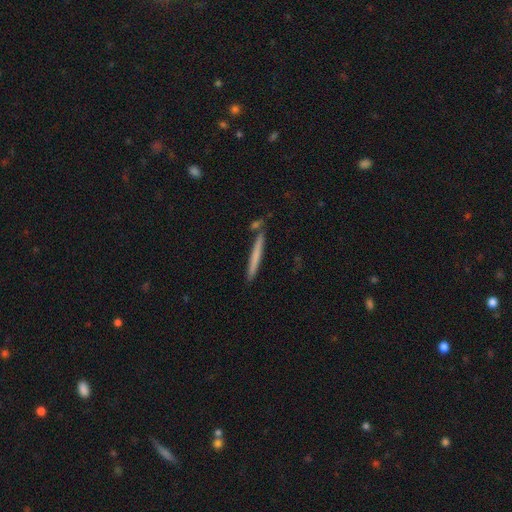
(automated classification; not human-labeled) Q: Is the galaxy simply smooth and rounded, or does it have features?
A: smooth — 63%.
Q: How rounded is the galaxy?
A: cigar-shaped — 97%.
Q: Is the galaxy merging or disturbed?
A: none — 82%.